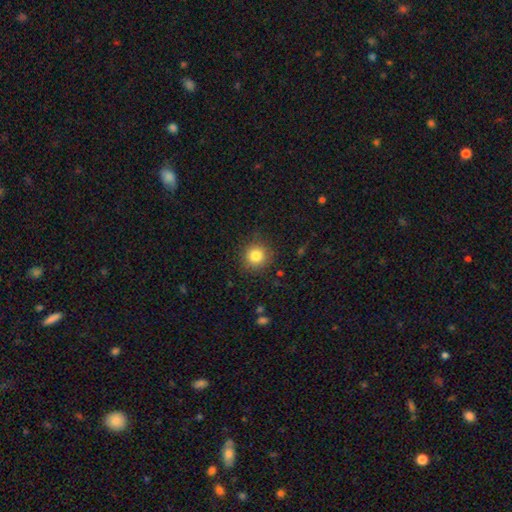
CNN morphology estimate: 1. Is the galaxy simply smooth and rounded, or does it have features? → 83% smooth, 11% star or artifact, 6% featured or disk.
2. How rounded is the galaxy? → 93% round, 6% in between, 1% cigar-shaped.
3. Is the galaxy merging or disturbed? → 87% none, 9% minor disturbance, 3% major disturbance, 1% merger.